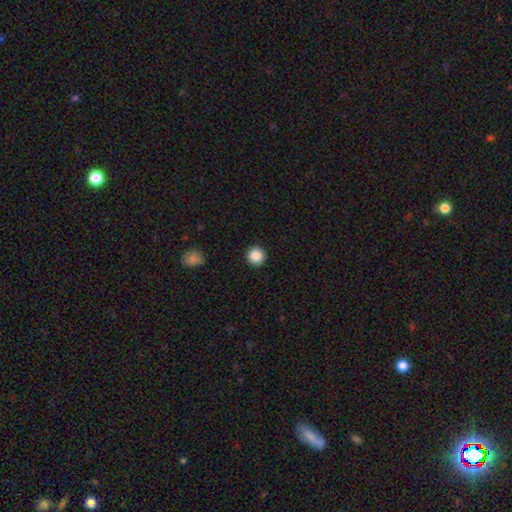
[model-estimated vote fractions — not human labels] Smooth or featured? Predicted: smooth (p=0.88). How rounded? Predicted: round (p=0.95). Merging? Predicted: none (p=0.93).